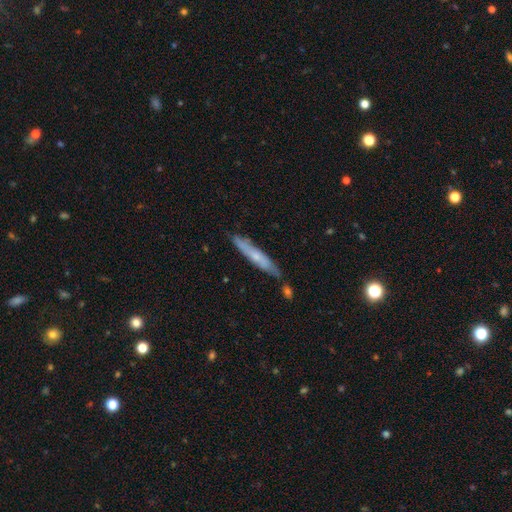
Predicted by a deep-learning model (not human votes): This appears to be a smooth galaxy with no disk features (48%). Merging: none (72%).